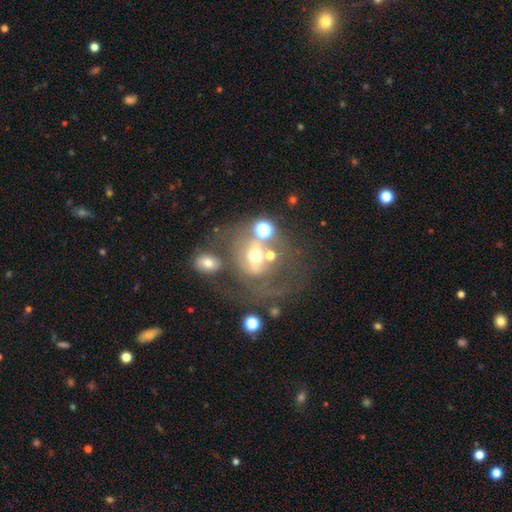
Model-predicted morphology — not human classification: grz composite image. It shows a featured or disk galaxy (42%). Merging: none (37%).